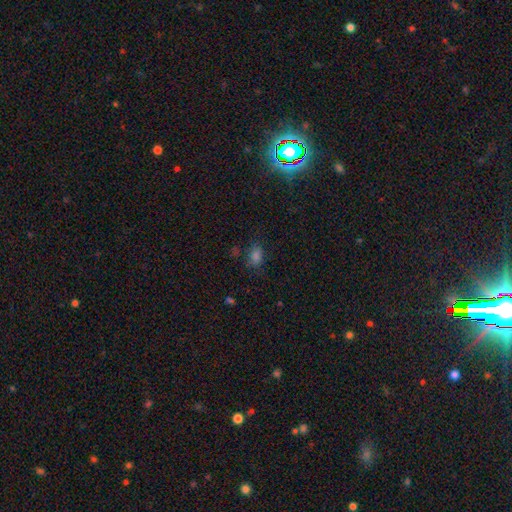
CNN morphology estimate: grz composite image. It shows a smooth galaxy with no disk features (66%) that is in between round and cigar-shaped (78%). Merging: none (73%).